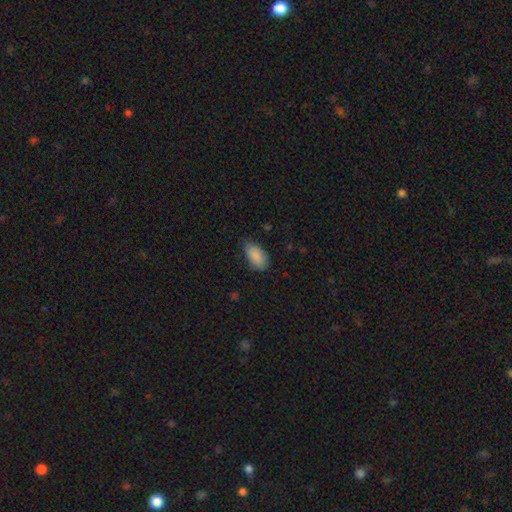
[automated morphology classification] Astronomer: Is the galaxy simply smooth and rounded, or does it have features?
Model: smooth — 88%.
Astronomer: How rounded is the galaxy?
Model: in between — 94%.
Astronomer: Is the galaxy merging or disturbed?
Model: none — 74%.